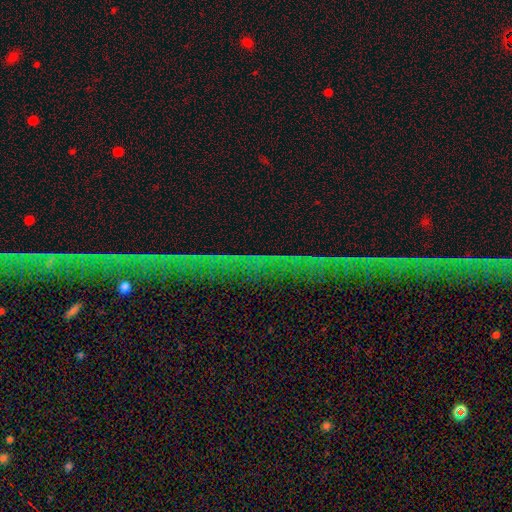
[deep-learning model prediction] star or artifact 76%, featured or disk 14%, smooth 10%.